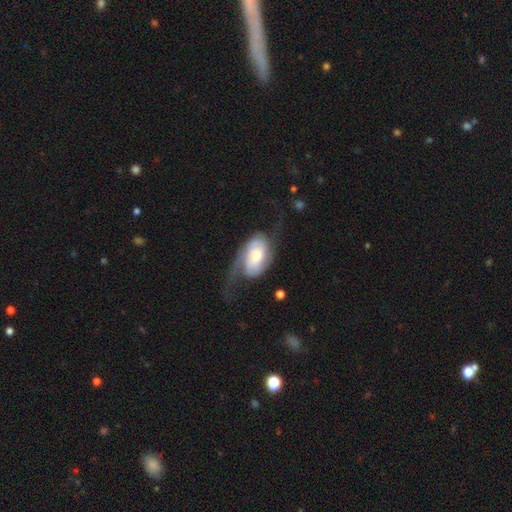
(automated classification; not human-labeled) Q: Smooth or featured?
A: featured or disk (71%); runner-up: smooth (24%)
Q: Edge-on disk?
A: no (95%); runner-up: yes (5%)
Q: Bar?
A: no (61%); runner-up: weak (29%)
Q: Spiral arms?
A: yes (90%); runner-up: no (10%)
Q: Spiral winding?
A: loose (53%); runner-up: medium (31%)
Q: Spiral arm count?
A: 2 (77%); runner-up: 1 (11%)
Q: Bulge size?
A: moderate (45%); runner-up: large (23%)
Q: Merging?
A: none (40%); runner-up: major disturbance (38%)